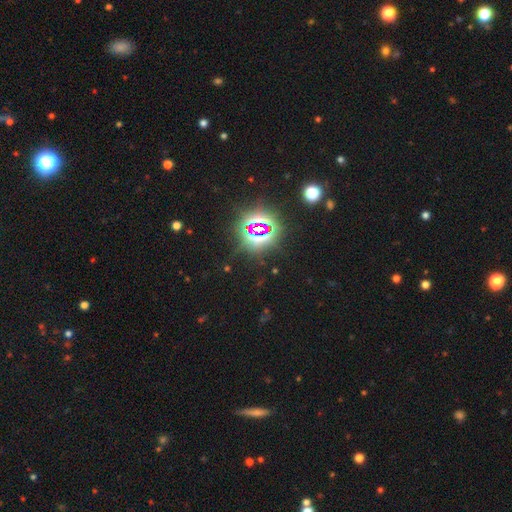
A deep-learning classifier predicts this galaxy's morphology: Q: Smooth or featured?
A: star or artifact (82%); runner-up: smooth (12%)